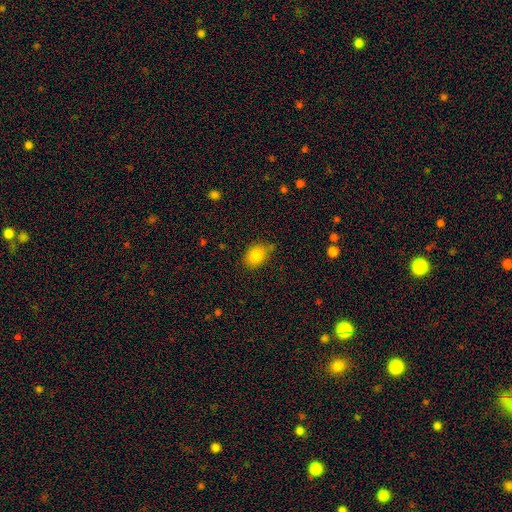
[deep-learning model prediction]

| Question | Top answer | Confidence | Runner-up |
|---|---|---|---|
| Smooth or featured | smooth | 85% | star or artifact (9%) |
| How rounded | in between | 72% | round (27%) |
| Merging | none | 66% | minor disturbance (25%) |